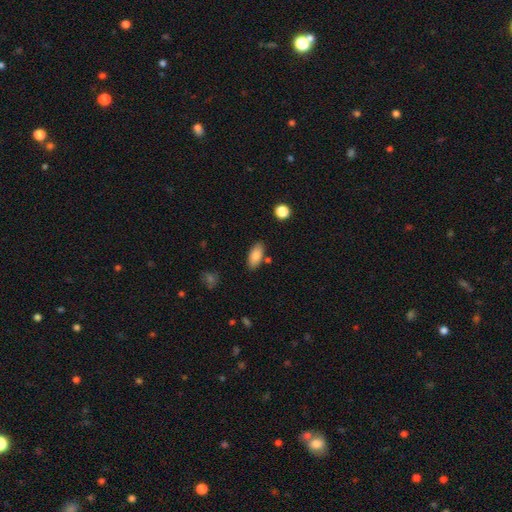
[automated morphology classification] smooth_or_featured: smooth (p=0.85) [alt: featured or disk p=0.08]
how_rounded: in between (p=0.89) [alt: cigar-shaped p=0.08]
merging: none (p=0.80) [alt: minor disturbance p=0.12]